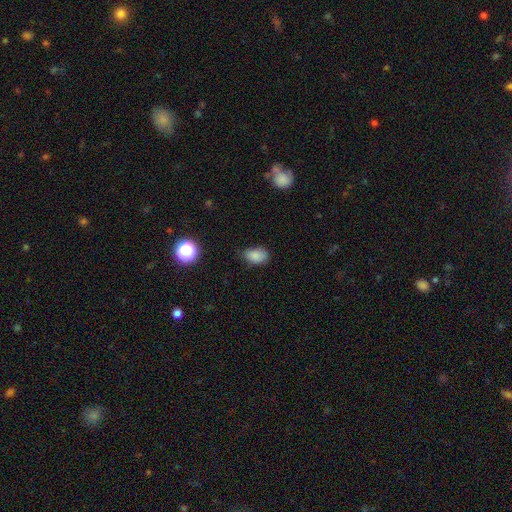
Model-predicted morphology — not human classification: Overall: smooth (83%). How rounded: in between (85%). Merging: none (68%).